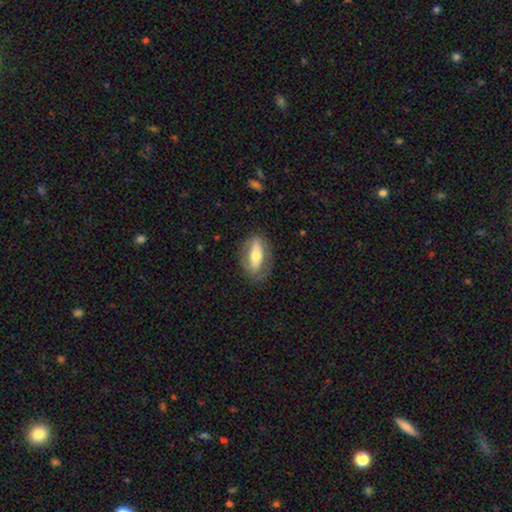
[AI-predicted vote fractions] smooth-or-featured: featured or disk: 49% | smooth: 45% | star or artifact: 6%
  merging: none: 77% | minor disturbance: 15% | major disturbance: 7% | merger: 1%